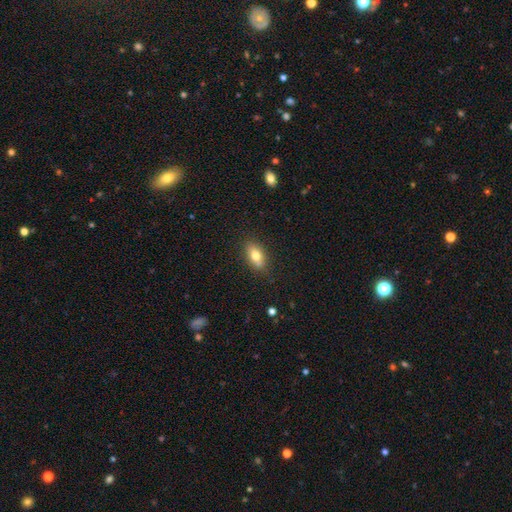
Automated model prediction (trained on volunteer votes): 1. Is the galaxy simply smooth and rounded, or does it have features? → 73% smooth, 18% featured or disk, 9% star or artifact.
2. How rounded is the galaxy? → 84% in between, 8% round, 8% cigar-shaped.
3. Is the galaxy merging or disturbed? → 81% none, 13% minor disturbance, 3% merger, 3% major disturbance.